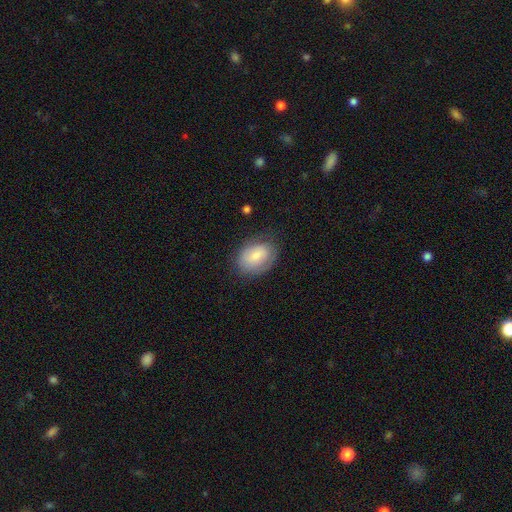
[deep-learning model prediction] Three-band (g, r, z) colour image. It shows a smooth galaxy with no disk features (74%) that is in between round and cigar-shaped (80%). Merging: none (71%).